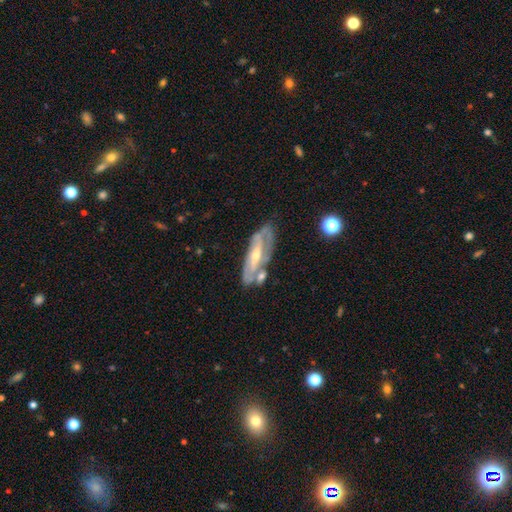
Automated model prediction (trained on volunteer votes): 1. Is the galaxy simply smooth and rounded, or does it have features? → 80% featured or disk, 14% smooth, 6% star or artifact.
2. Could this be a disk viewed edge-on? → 81% no, 19% yes.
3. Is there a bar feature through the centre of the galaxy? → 38% strong, 33% weak, 29% no.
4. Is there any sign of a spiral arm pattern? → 84% yes, 16% no.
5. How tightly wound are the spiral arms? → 45% tight, 38% medium, 17% loose.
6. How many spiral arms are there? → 62% 2, 25% can't tell, 5% 1, 5% 3, 2% 4, 1% more than 4.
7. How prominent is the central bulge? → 53% small, 43% moderate, 2% large, 2% none, 1% dominant.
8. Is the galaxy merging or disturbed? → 61% none, 21% minor disturbance, 10% merger, 9% major disturbance.